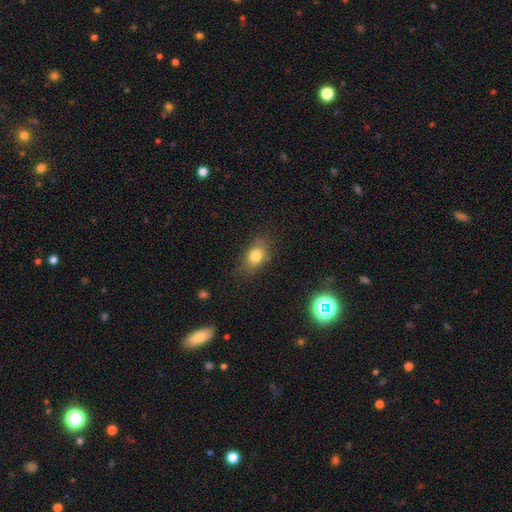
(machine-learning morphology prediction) smooth_or_featured: smooth (p=0.78) [alt: star or artifact p=0.11]
how_rounded: in between (p=0.71) [alt: round p=0.26]
merging: none (p=0.72) [alt: minor disturbance p=0.20]